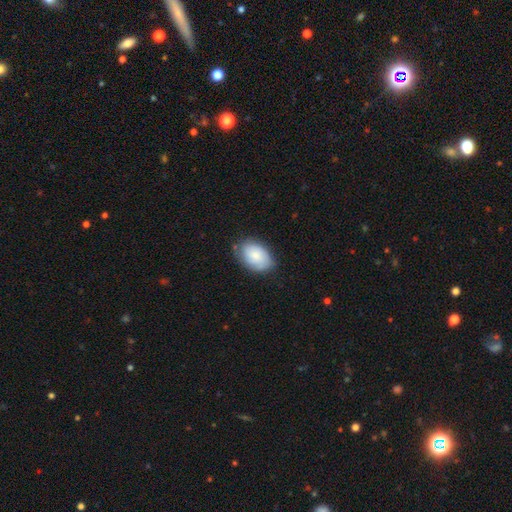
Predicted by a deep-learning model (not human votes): A smooth galaxy with no disk features (76%) that is in between round and cigar-shaped (87%).

Vote fractions:
- Smooth or featured? smooth: 76% / featured or disk: 17% / star or artifact: 7%
- How rounded? in between: 87% / round: 11% / cigar-shaped: 1%
- Merging? none: 73% / minor disturbance: 21% / major disturbance: 4% / merger: 2%